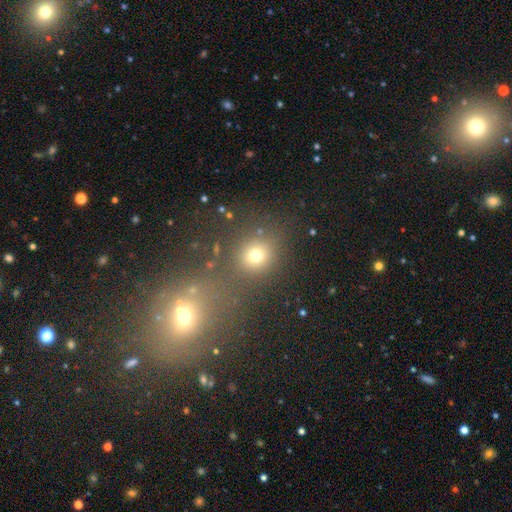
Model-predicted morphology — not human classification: Q: Smooth or featured?
A: smooth (71%); runner-up: star or artifact (20%)
Q: How rounded?
A: round (78%); runner-up: in between (20%)
Q: Merging?
A: none (70%); runner-up: merger (13%)